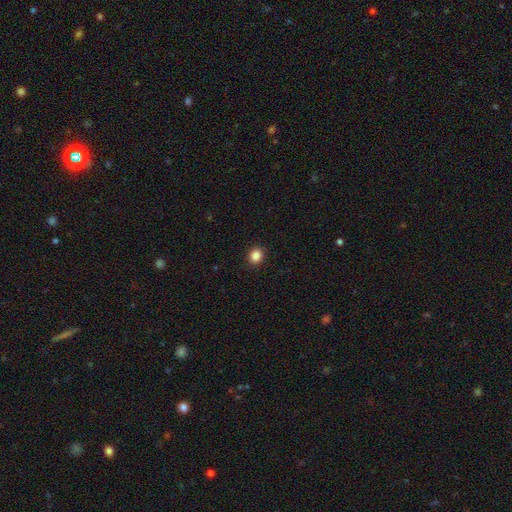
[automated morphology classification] The model was most divided on "how rounded": round: 74%, in between: 25%, cigar-shaped: 1%. More confident: merging — none (91%); smooth or featured — smooth (86%).